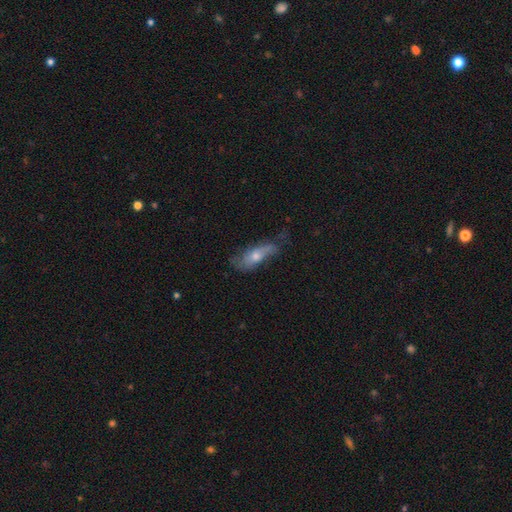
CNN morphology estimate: smooth-or-featured: smooth: 52% | featured or disk: 40% | star or artifact: 8%
  how-rounded: in between: 61% | cigar-shaped: 36% | round: 3%
  merging: none: 41% | minor disturbance: 34% | major disturbance: 22% | merger: 3%